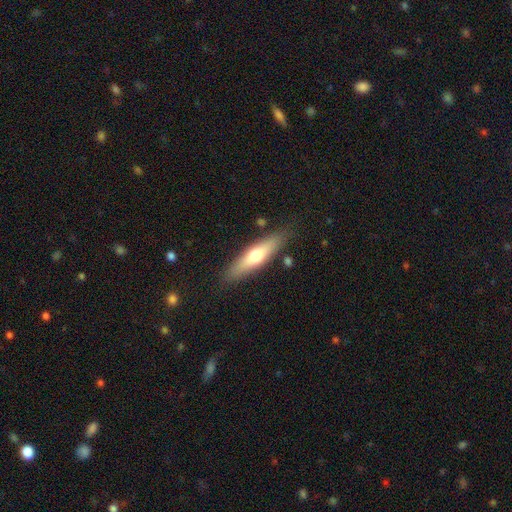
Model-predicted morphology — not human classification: A smooth galaxy with no disk features (55%) that is cigar-shaped (68%). Merging: none (84%).